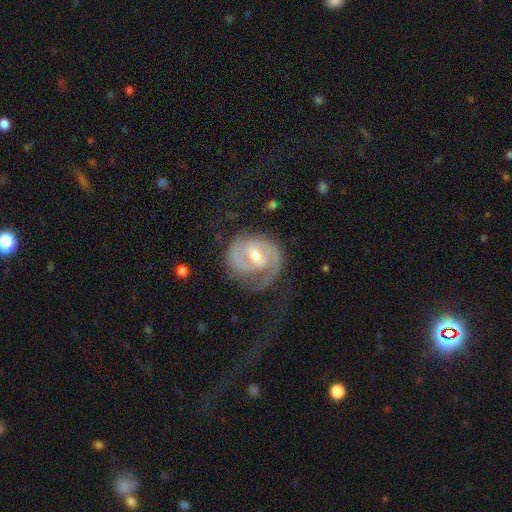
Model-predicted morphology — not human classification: This appears to be a featured or disk galaxy (86%) with a weak bar (56%), 2 (66%) tight (51%) spiral arms (95%) and a moderate central bulge (57%). Merging: none (59%).